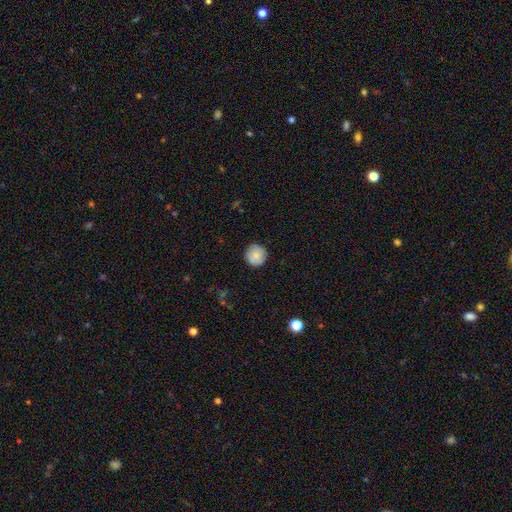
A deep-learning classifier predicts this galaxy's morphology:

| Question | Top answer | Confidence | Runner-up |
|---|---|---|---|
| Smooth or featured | smooth | 84% | featured or disk (9%) |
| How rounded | round | 95% | in between (4%) |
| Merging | none | 87% | minor disturbance (10%) |